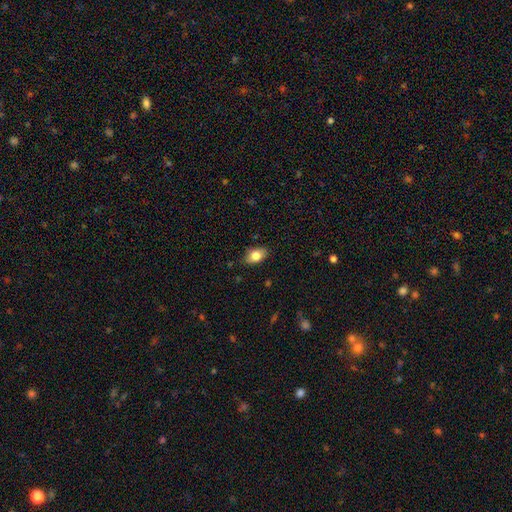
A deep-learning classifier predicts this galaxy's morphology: This appears to be a smooth galaxy with no disk features (82%) that is in between round and cigar-shaped (86%). Merging: none (83%).